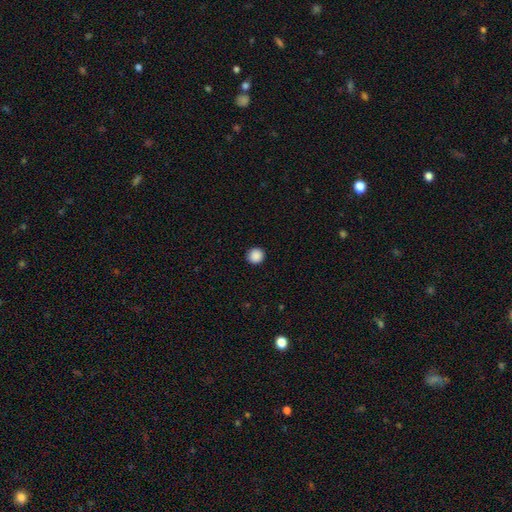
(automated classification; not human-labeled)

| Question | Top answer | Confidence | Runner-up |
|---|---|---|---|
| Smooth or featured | smooth | 89% | star or artifact (9%) |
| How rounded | round | 94% | in between (5%) |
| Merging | none | 93% | minor disturbance (4%) |